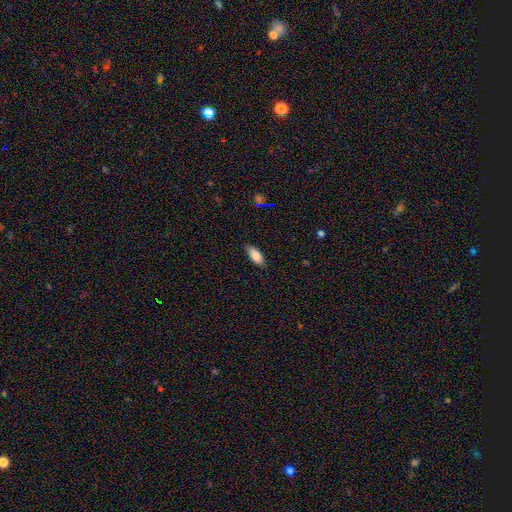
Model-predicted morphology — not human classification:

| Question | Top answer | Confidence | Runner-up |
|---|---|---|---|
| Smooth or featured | smooth | 85% | featured or disk (8%) |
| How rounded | in between | 84% | cigar-shaped (14%) |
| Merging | none | 83% | minor disturbance (13%) |